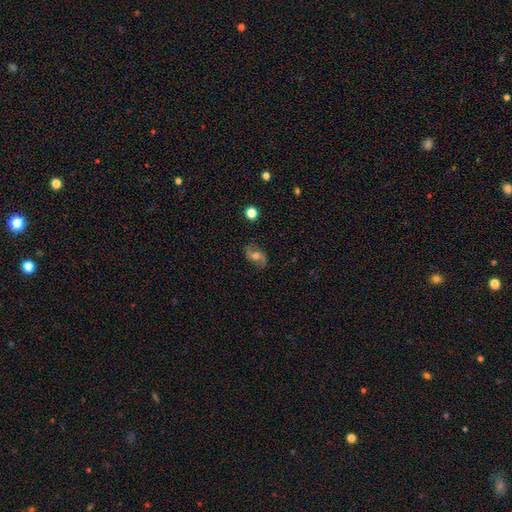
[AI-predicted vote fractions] smooth_or_featured: featured or disk (p=0.71) [alt: smooth p=0.20]
disk_edge_on: no (p=0.96) [alt: yes p=0.04]
bar: no (p=0.50) [alt: weak p=0.38]
has_spiral_arms: yes (p=0.92) [alt: no p=0.08]
spiral_winding: loose (p=0.58) [alt: medium p=0.32]
spiral_arm_count: 2 (p=0.91) [alt: can't tell p=0.03]
bulge_size: moderate (p=0.63) [alt: small p=0.20]
merging: none (p=0.80) [alt: minor disturbance p=0.13]